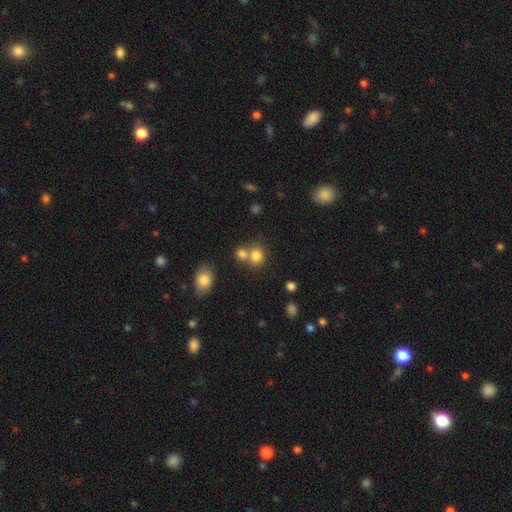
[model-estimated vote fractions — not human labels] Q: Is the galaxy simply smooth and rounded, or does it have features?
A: smooth — 80%.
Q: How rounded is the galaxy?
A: round — 76%.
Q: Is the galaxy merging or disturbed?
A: none — 50%.